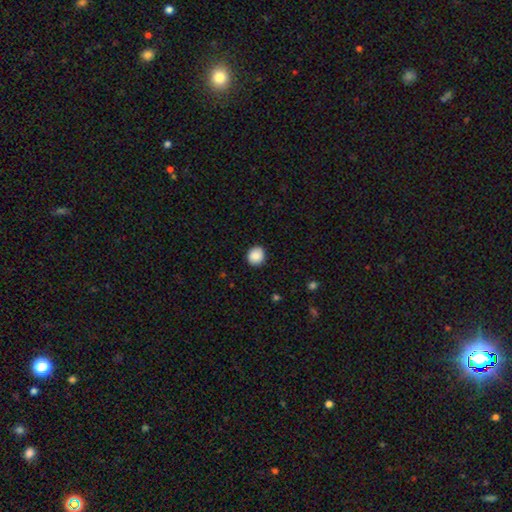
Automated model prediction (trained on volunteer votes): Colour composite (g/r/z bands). It shows a smooth galaxy with no disk features (88%) that is round (89%). Merging: none (90%).